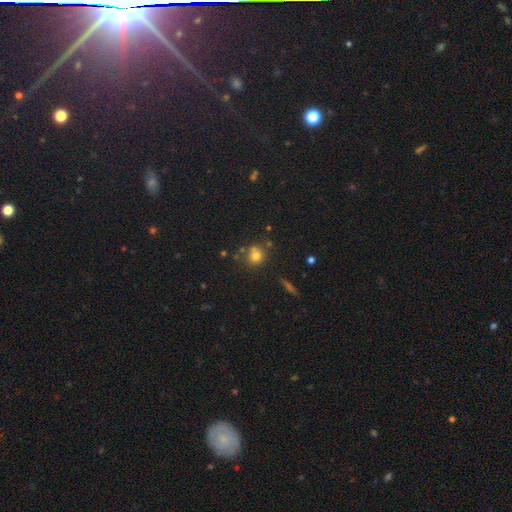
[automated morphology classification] smooth 72%, star or artifact 16%, featured or disk 12%. Down the decision tree: how rounded — round (84%); merging — none (60%).